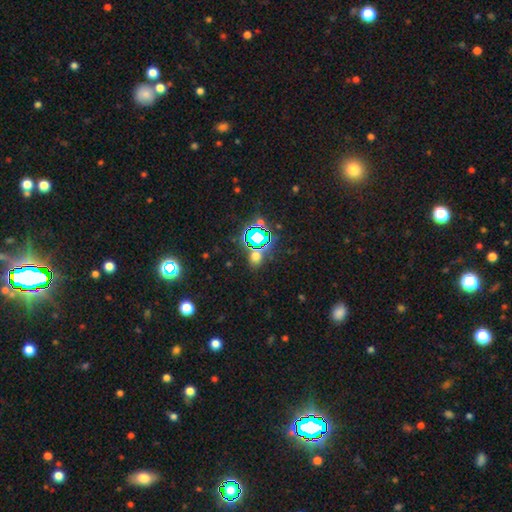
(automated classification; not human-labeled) This appears to be a star or artifact, not a galaxy (48%).